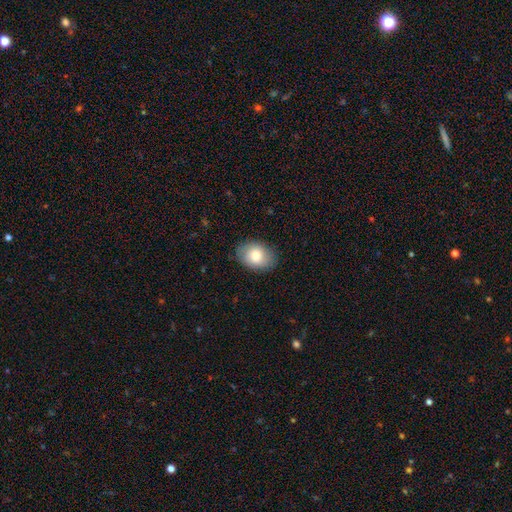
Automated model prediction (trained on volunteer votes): smooth_or_featured: smooth (p=0.80) [alt: featured or disk p=0.13]
how_rounded: in between (p=0.71) [alt: round p=0.28]
merging: none (p=0.84) [alt: minor disturbance p=0.12]